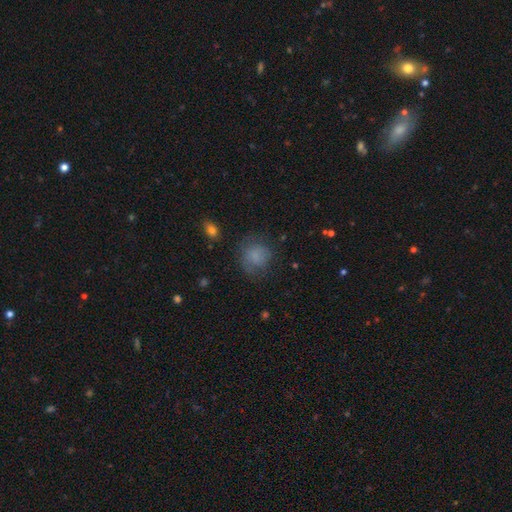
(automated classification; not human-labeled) Q: Smooth or featured?
A: smooth (74%); runner-up: featured or disk (14%)
Q: How rounded?
A: round (79%); runner-up: in between (20%)
Q: Merging?
A: none (62%); runner-up: minor disturbance (23%)